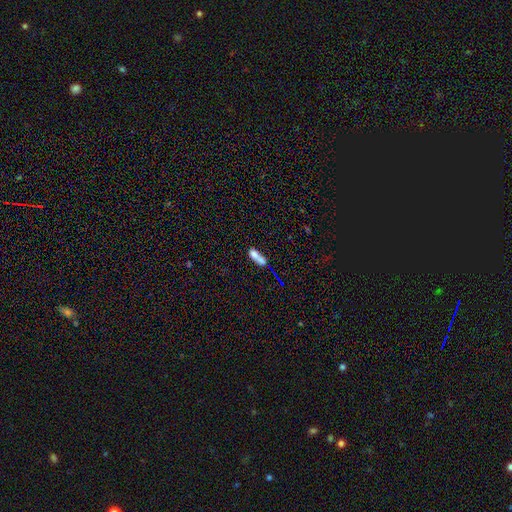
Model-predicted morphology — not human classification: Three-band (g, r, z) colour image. It shows a smooth galaxy with no disk features (67%) that is in between round and cigar-shaped (60%). Merging: merger (54%).